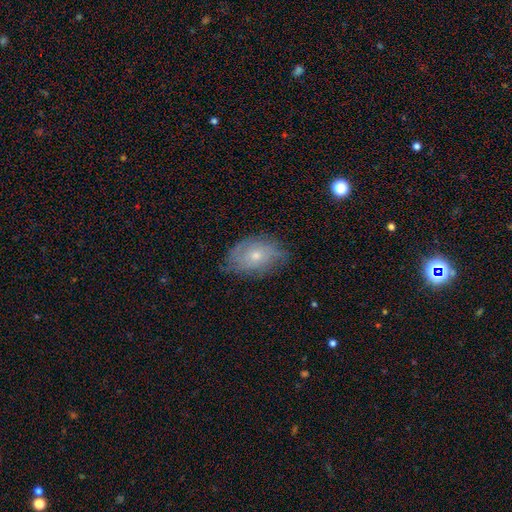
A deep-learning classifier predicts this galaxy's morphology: A featured or disk galaxy (57%) with no bar (83%), spiral arms (75%) and a small central bulge (56%).

Vote fractions:
- Smooth or featured? featured or disk: 57% / smooth: 35% / star or artifact: 8%
- Edge-on disk? no: 94% / yes: 6%
- Bar? no: 83% / weak: 15% / strong: 2%
- Spiral arms? yes: 75% / no: 25%
- Bulge size? small: 56% / moderate: 41% / large: 2% / none: 1% / dominant: 1%
- Merging? none: 67% / minor disturbance: 25% / major disturbance: 7% / merger: 1%